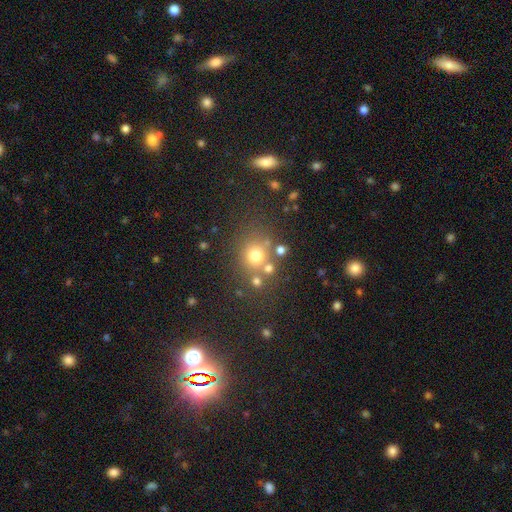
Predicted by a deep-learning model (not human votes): Smooth or featured? smooth (70%)
How rounded? round (84%)
Merging? none (68%)